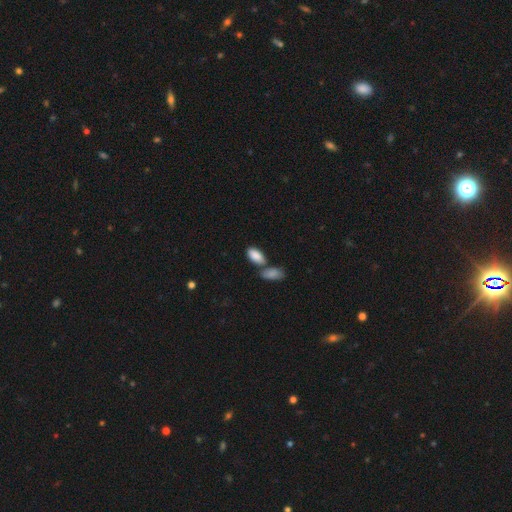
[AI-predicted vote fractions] The model was most divided on "merging": none: 49%, merger: 35%, minor disturbance: 12%, major disturbance: 4%. More confident: how rounded — in between (93%); smooth or featured — smooth (88%).